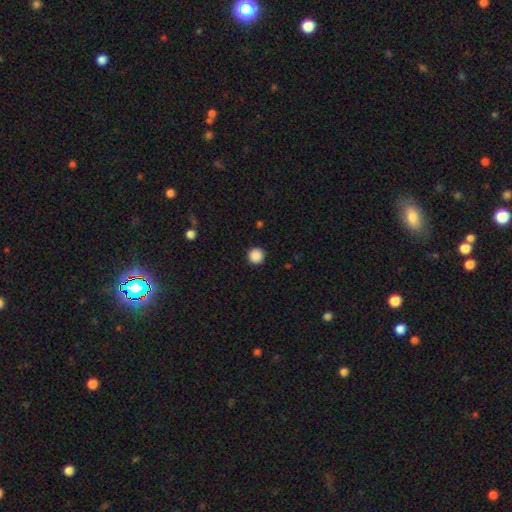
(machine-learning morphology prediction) Smooth or featured: smooth — 89% (star or artifact — 9%)
How rounded: round — 96% (in between — 3%)
Merging: none — 93% (minor disturbance — 4%)